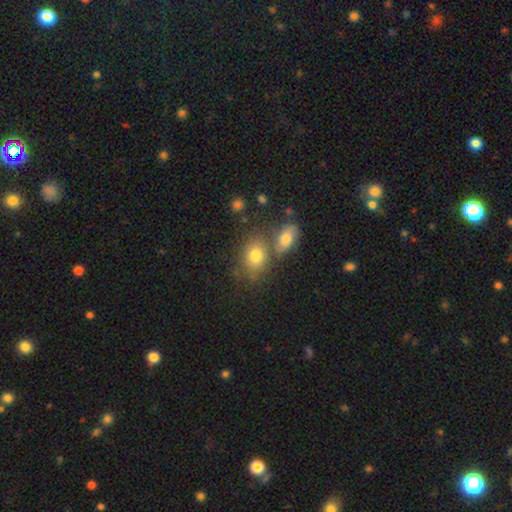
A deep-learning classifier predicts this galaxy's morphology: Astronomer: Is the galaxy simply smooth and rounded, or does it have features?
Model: smooth — 78%.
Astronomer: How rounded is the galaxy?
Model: in between — 64%.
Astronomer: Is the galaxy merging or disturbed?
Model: none — 54%.